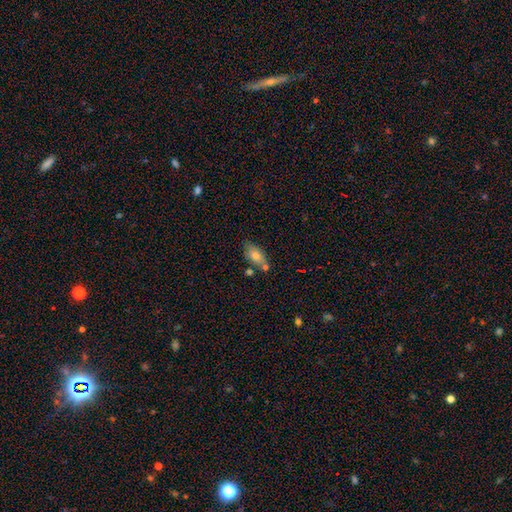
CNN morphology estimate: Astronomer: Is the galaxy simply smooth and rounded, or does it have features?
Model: smooth — 77%.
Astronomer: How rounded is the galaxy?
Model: in between — 89%.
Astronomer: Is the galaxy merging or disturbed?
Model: none — 62%.